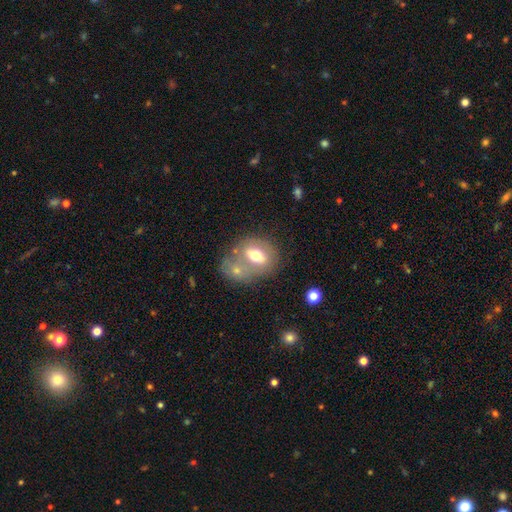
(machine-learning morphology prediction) Smooth or featured? smooth (60%)
How rounded? in between (67%)
Merging? merger (45%)